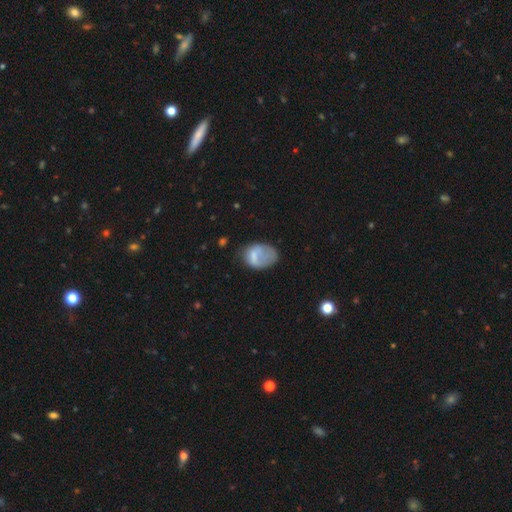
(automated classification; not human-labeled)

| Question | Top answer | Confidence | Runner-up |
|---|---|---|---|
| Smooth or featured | smooth | 65% | featured or disk (26%) |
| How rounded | in between | 78% | round (20%) |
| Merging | minor disturbance | 32% | tied: none (32%), major disturbance (32%) |